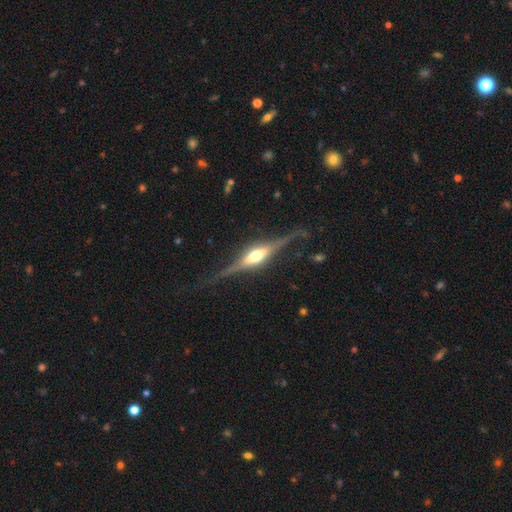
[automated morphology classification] Smooth or featured? featured or disk (84%)
Edge-on disk? yes (97%)
Edge-on bulge? rounded (86%)
Merging? none (83%)